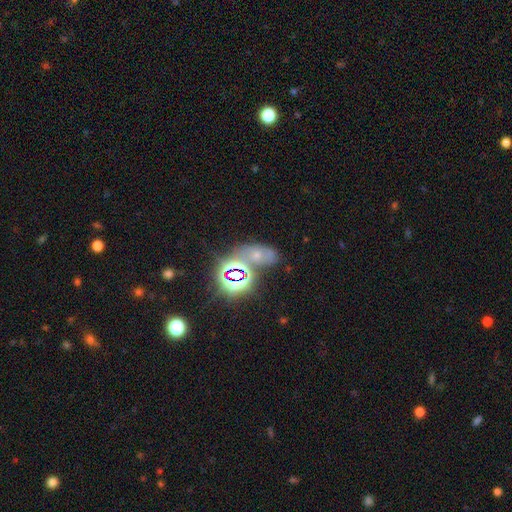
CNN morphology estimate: Smooth or featured?
  - star or artifact: 52% *
  - smooth: 27%
  - featured or disk: 21%